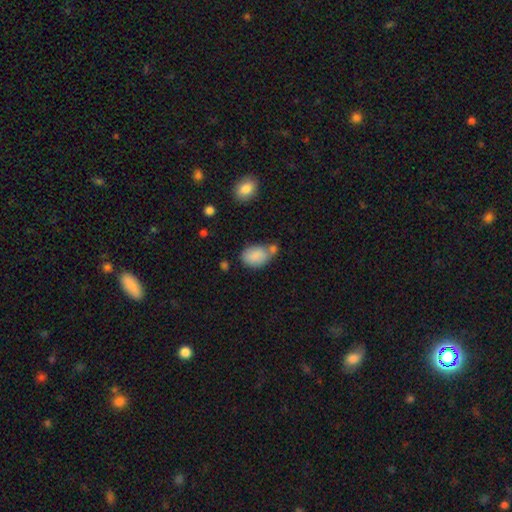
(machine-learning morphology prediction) Overall: smooth (86%). How rounded: in between (84%). Merging: none (46%; merger 27%).